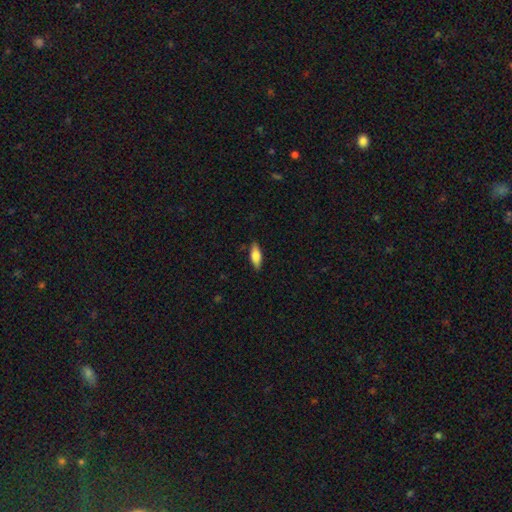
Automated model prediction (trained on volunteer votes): smooth 75%, featured or disk 18%, star or artifact 6%. Down the decision tree: how rounded — in between (72%); merging — none (84%).